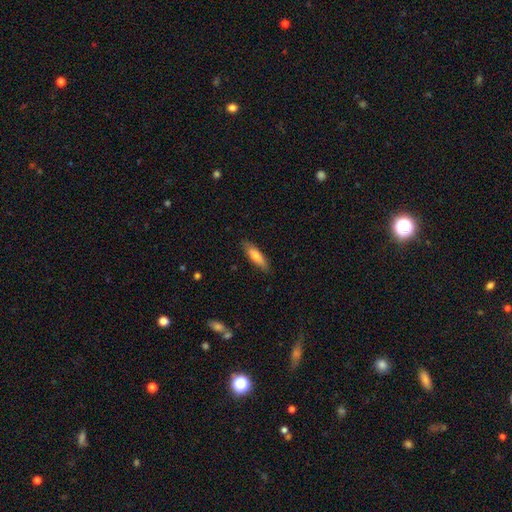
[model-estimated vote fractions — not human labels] Smooth or featured? smooth (73%)
How rounded? cigar-shaped (58%)
Merging? none (86%)